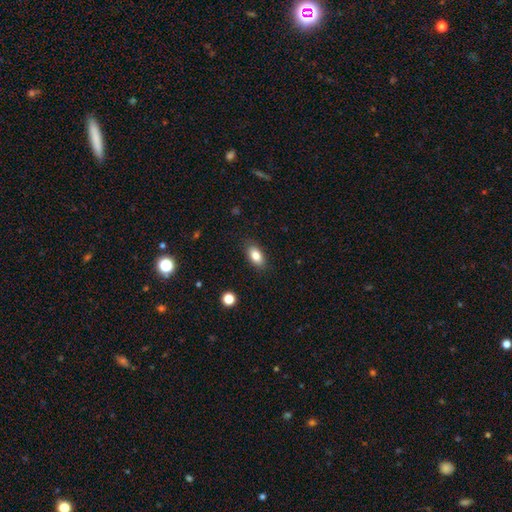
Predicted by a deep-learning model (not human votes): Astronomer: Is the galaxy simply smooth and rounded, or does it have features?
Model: smooth — 83%.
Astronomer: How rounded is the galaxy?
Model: in between — 89%.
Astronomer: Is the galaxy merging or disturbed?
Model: none — 86%.